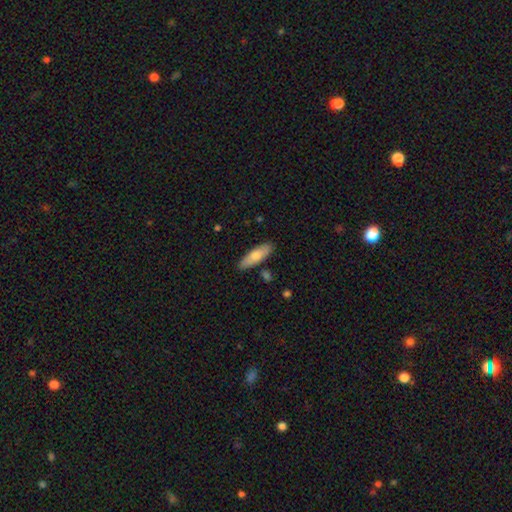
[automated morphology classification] Q: Smooth or featured?
A: smooth (73%); runner-up: featured or disk (21%)
Q: How rounded?
A: in between (52%); runner-up: cigar-shaped (46%)
Q: Merging?
A: none (85%); runner-up: minor disturbance (10%)